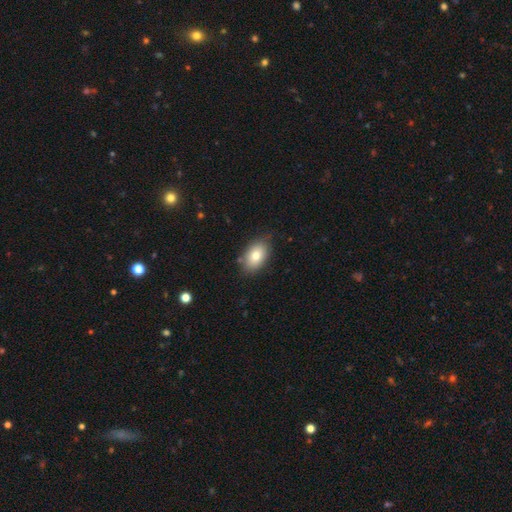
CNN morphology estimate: A smooth galaxy with no disk features (78%) that is in between round and cigar-shaped (88%). Merging: none (80%).